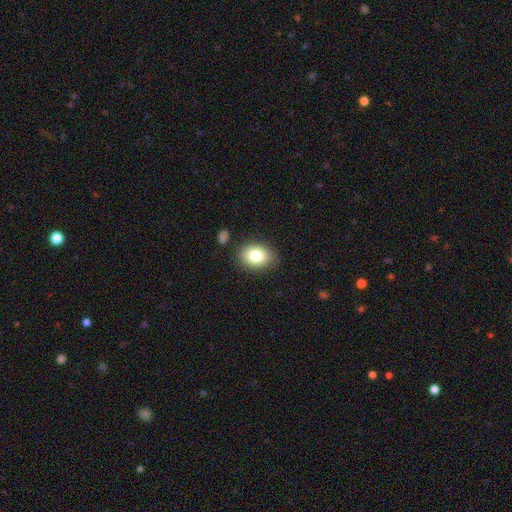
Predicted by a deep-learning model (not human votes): Overall: smooth (80%). How rounded: in between (68%; round 31%). Merging: none (83%).